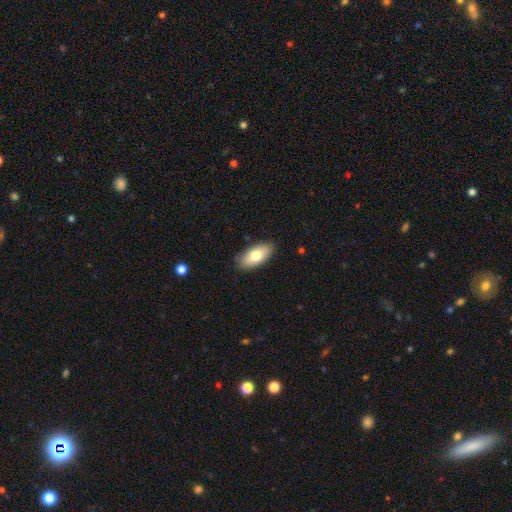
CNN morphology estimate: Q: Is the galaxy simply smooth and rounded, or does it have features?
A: smooth — 76%.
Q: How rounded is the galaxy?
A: in between — 91%.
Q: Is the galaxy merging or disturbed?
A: none — 86%.